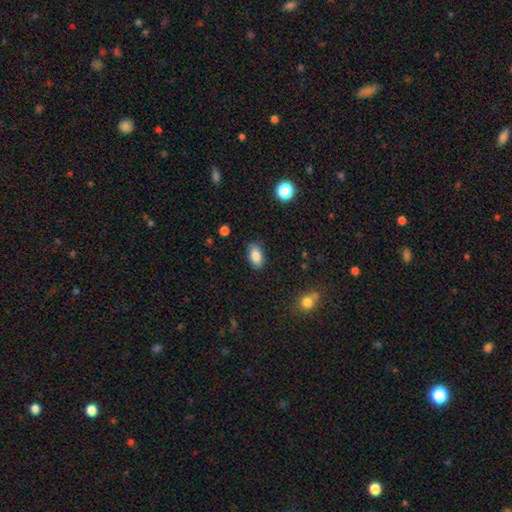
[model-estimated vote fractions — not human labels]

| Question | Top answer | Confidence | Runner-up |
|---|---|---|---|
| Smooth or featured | smooth | 86% | star or artifact (8%) |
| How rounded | in between | 91% | round (6%) |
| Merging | none | 82% | minor disturbance (14%) |